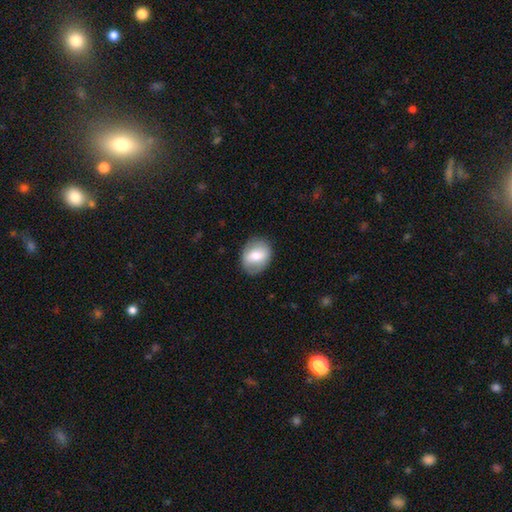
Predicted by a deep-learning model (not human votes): Smooth or featured?
  - smooth: 63% *
  - featured or disk: 30%
  - star or artifact: 7%
How rounded?
  - in between: 52% *
  - round: 47%
  - cigar-shaped: 1%
Merging?
  - none: 84% *
  - minor disturbance: 12%
  - major disturbance: 4%
  - merger: 1%